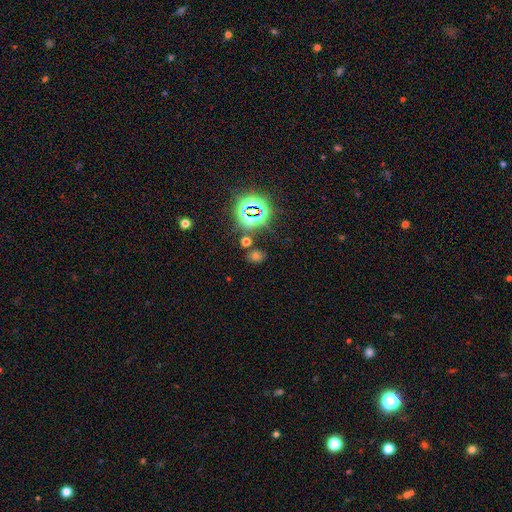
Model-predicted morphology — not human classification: This appears to be a star or artifact, not a galaxy (52%).